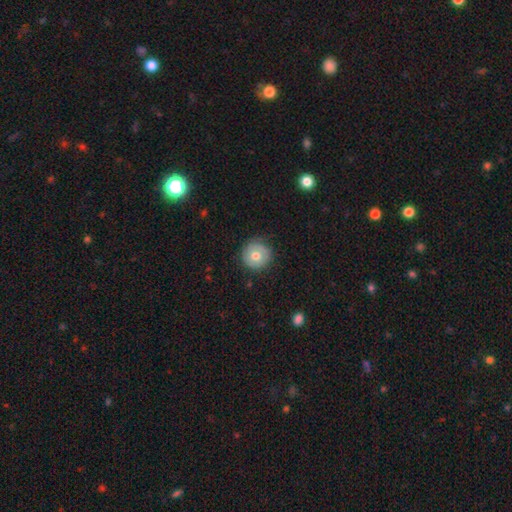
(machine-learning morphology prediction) smooth_or_featured: smooth (p=0.66) [alt: featured or disk p=0.26]
how_rounded: round (p=0.94) [alt: in between p=0.05]
merging: none (p=0.84) [alt: minor disturbance p=0.12]